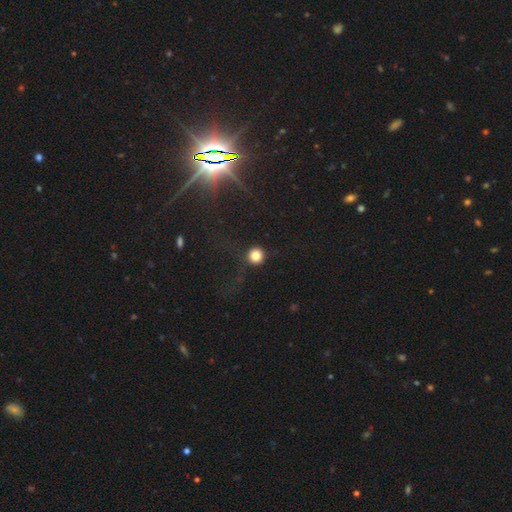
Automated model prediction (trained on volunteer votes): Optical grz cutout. It shows a smooth galaxy with no disk features (81%) that is round (95%). Merging: none (80%).